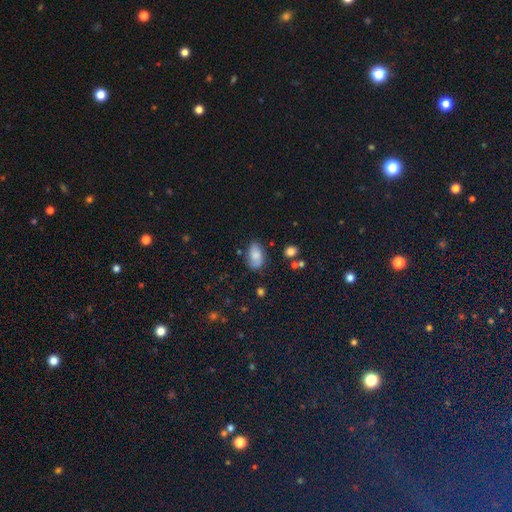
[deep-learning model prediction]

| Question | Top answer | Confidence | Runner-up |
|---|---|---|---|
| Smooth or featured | smooth | 65% | featured or disk (24%) |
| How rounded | in between | 91% | round (7%) |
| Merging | none | 68% | minor disturbance (22%) |